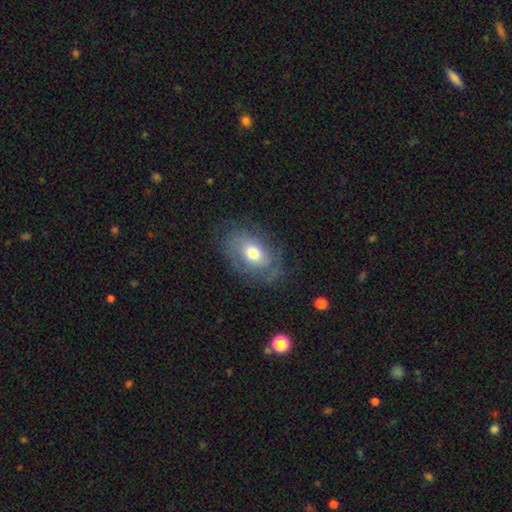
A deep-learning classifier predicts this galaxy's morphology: Smooth or featured? featured or disk (60%)
Edge-on disk? no (94%)
Bar? no (75%)
Spiral arms? yes (72%)
Bulge size? moderate (71%)
Merging? none (73%)